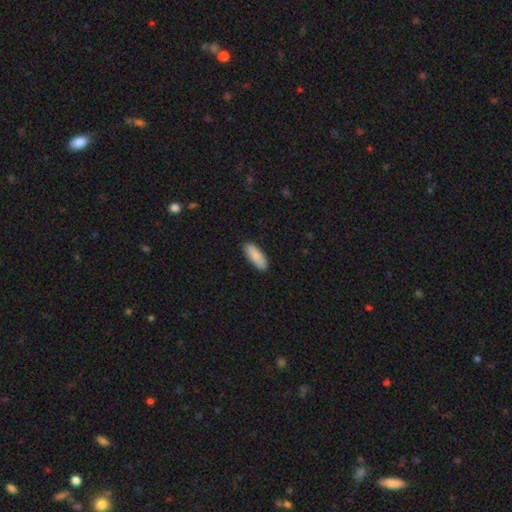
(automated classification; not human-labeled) The model was most divided on "how rounded": in between: 73%, cigar-shaped: 26%, round: 2%. More confident: merging — none (88%); smooth or featured — smooth (88%).